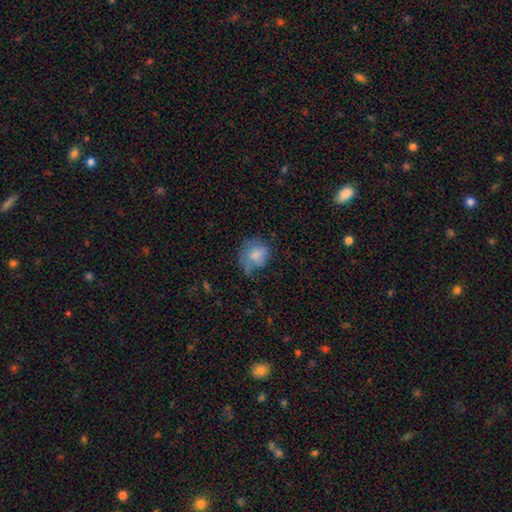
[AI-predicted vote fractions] Smooth or featured?
  - smooth: 73% *
  - featured or disk: 18%
  - star or artifact: 9%
How rounded?
  - round: 71% *
  - in between: 28%
  - cigar-shaped: 1%
Merging?
  - none: 43% *
  - minor disturbance: 34%
  - major disturbance: 21%
  - merger: 3%